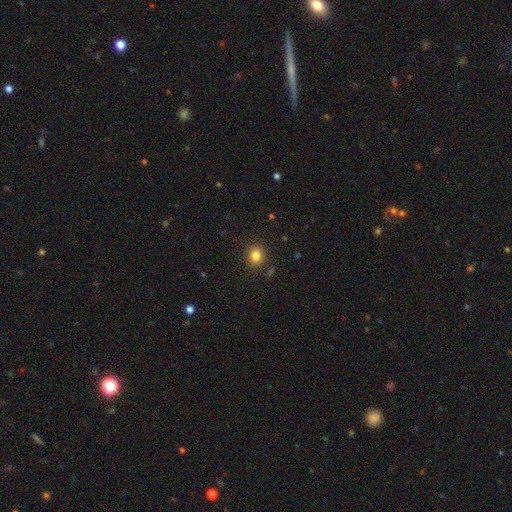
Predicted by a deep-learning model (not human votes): Overall: smooth (83%). How rounded: round (73%). Merging: none (88%).